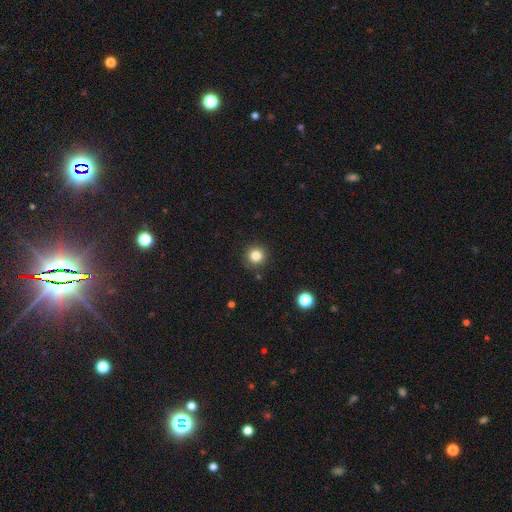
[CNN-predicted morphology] This is clearly a smooth galaxy (83%). How rounded: clearly round (94%). Merging: clearly none (89%).